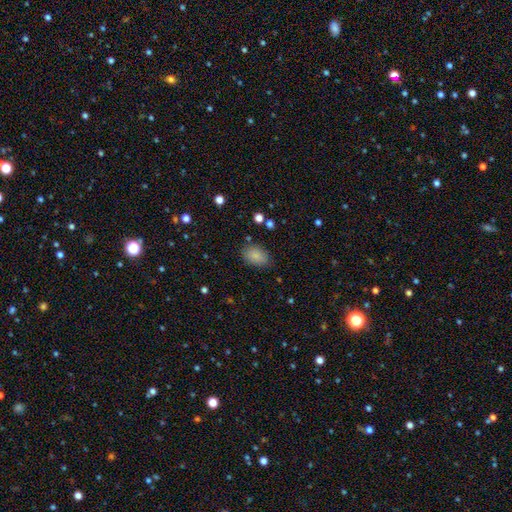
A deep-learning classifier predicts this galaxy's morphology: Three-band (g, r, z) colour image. It shows a smooth galaxy with no disk features (86%) that is in between round and cigar-shaped (82%). Merging: none (80%).